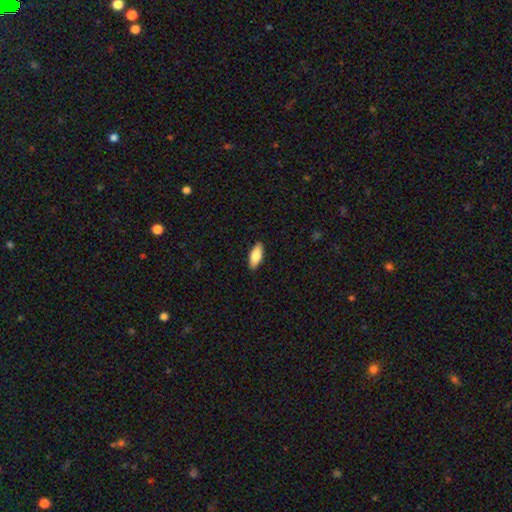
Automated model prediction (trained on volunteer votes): A smooth galaxy with no disk features (78%) that is in between round and cigar-shaped (81%). Merging: none (89%).